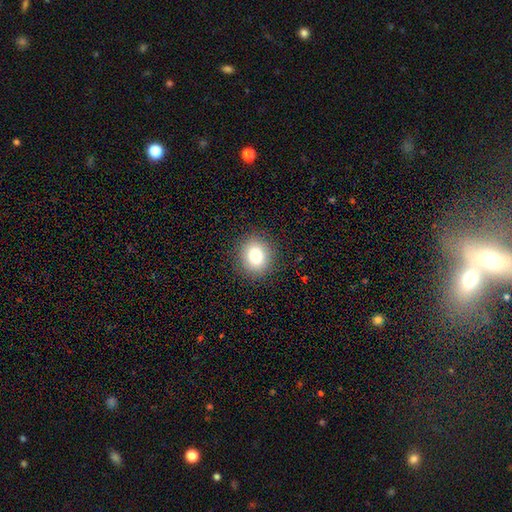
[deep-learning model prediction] A smooth galaxy with no disk features (81%) that is round (79%). Merging: none (89%).